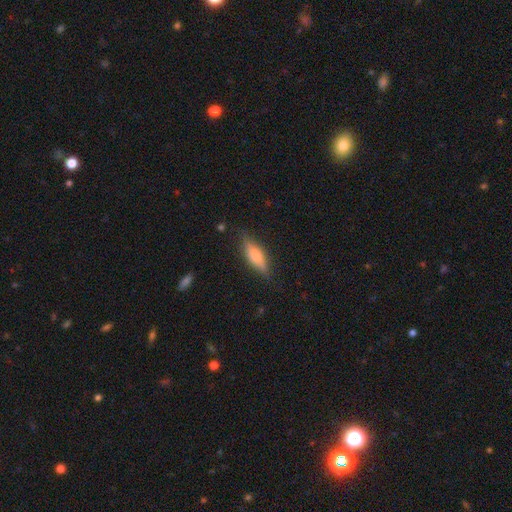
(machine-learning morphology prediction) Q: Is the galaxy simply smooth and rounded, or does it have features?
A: smooth — 63%.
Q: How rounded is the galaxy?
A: in between — 50%.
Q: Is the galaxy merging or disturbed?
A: none — 79%.